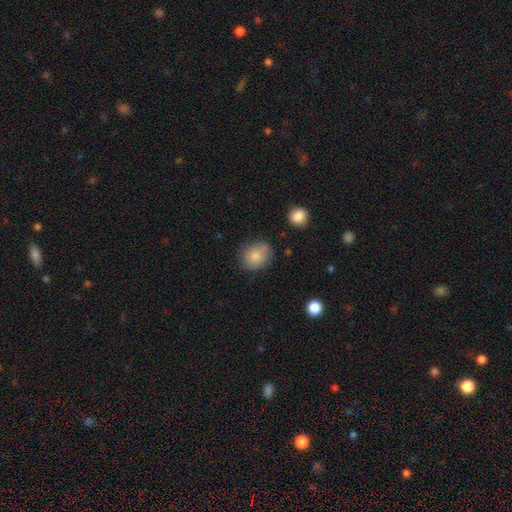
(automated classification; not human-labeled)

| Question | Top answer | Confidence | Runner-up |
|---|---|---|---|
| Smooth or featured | smooth | 83% | featured or disk (9%) |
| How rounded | round | 65% | in between (34%) |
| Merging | none | 75% | minor disturbance (19%) |